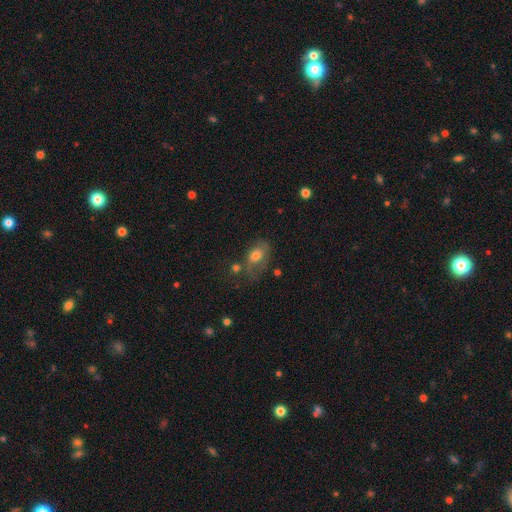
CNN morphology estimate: smooth_or_featured: smooth (p=0.63) [alt: featured or disk p=0.26]
how_rounded: in between (p=0.78) [alt: round p=0.20]
merging: none (p=0.41) [alt: minor disturbance p=0.26]